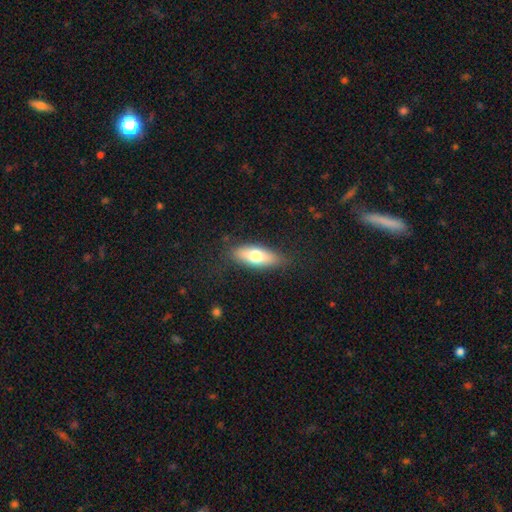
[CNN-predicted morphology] Smooth or featured? Predicted: smooth (p=0.70). How rounded? Predicted: in between (p=0.68). Merging? Predicted: none (p=0.83).